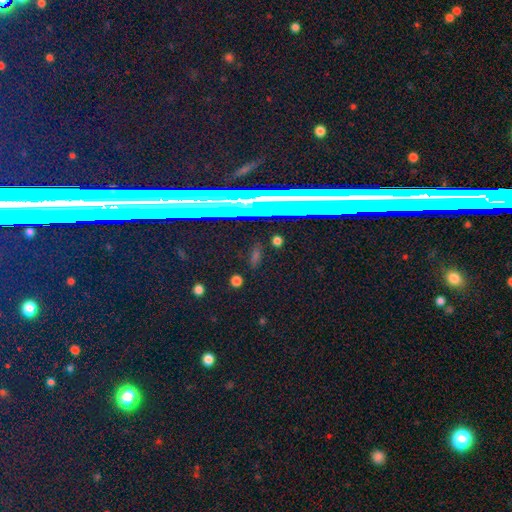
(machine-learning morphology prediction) smooth-or-featured: star or artifact: 52% | featured or disk: 24% | smooth: 24%